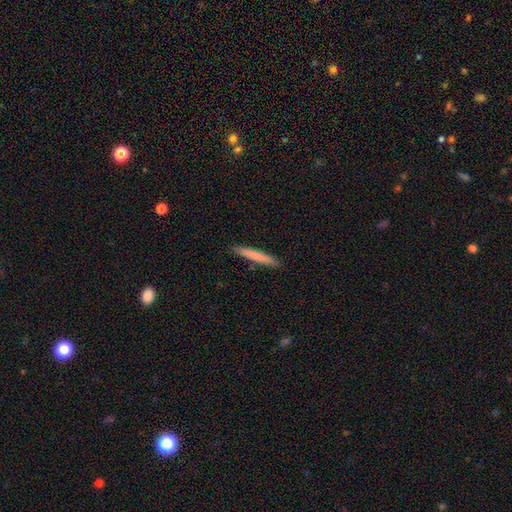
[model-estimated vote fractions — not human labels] Smooth or featured? smooth (76%)
How rounded? cigar-shaped (96%)
Merging? none (90%)